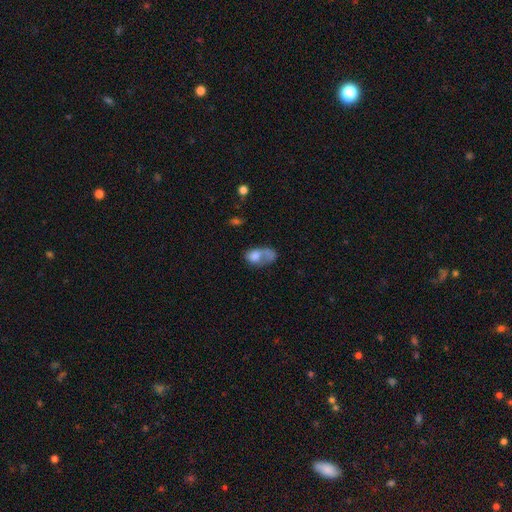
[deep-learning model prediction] Smooth or featured?
  - smooth: 65% *
  - featured or disk: 27%
  - star or artifact: 9%
How rounded?
  - in between: 79% *
  - round: 19%
  - cigar-shaped: 2%
Merging?
  - merger: 35% *
  - major disturbance: 29%
  - none: 22%
  - minor disturbance: 14%